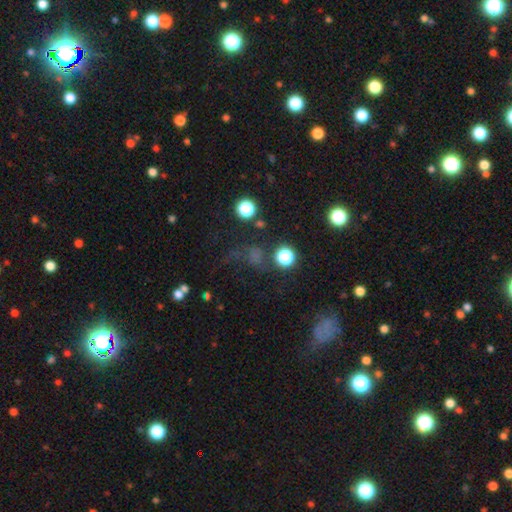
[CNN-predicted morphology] Q: Smooth or featured?
A: smooth (48%); runner-up: star or artifact (39%)
Q: Merging?
A: none (57%); runner-up: major disturbance (19%)